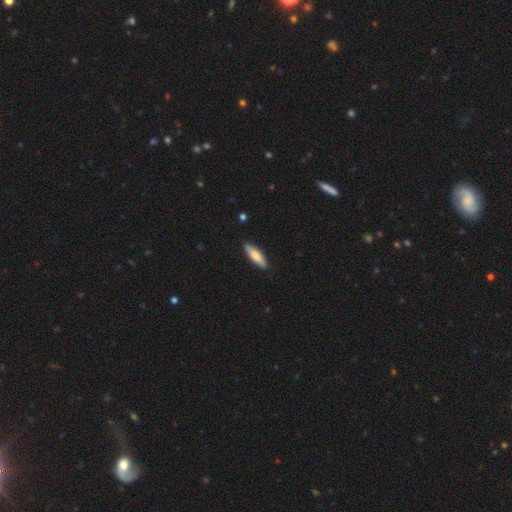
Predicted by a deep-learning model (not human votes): This is likely a smooth galaxy (71%). How rounded: likely cigar-shaped (63%). Merging: clearly none (89%).